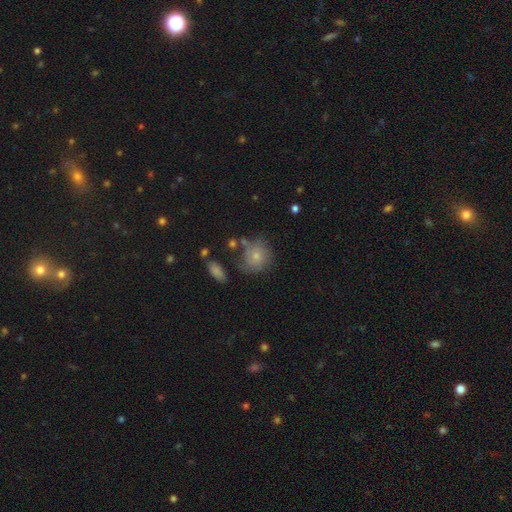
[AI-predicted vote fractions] smooth_or_featured: smooth (p=0.64) [alt: featured or disk p=0.27]
how_rounded: round (p=0.80) [alt: in between p=0.19]
merging: none (p=0.54) [alt: minor disturbance p=0.26]